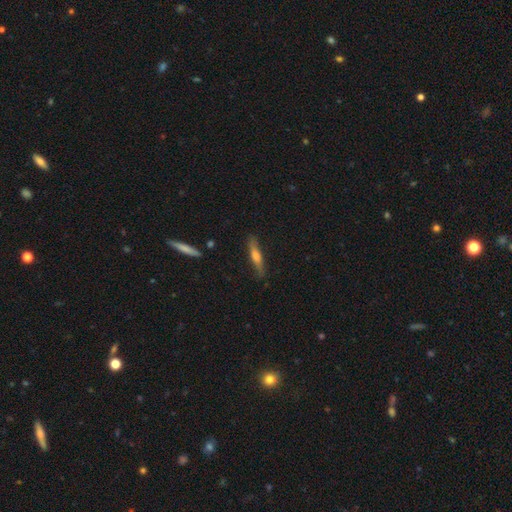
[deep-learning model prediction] A featured or disk galaxy (50%) viewed edge-on (91%).

Vote fractions:
- Smooth or featured? featured or disk: 50% / smooth: 44% / star or artifact: 6%
- Edge-on disk? yes: 91% / no: 9%
- Merging? none: 82% / minor disturbance: 13% / major disturbance: 3% / merger: 2%